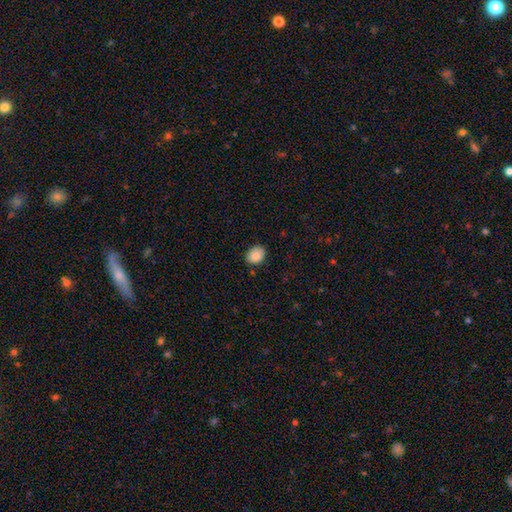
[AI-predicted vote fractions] This is clearly a smooth galaxy (87%). How rounded: possibly in between (50%). Merging: clearly none (82%).